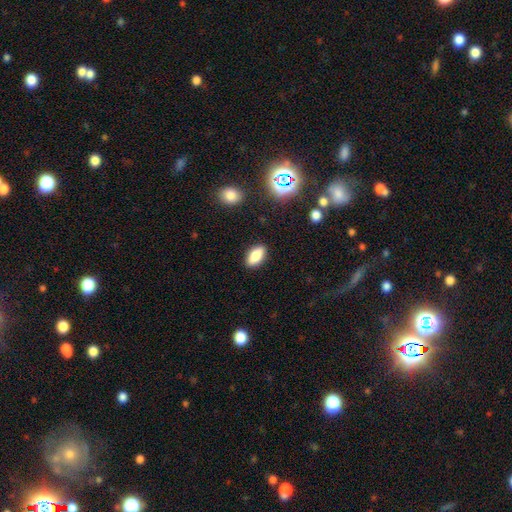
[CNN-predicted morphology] Smooth or featured: smooth — 83% (star or artifact — 9%)
How rounded: in between — 88% (cigar-shaped — 8%)
Merging: none — 87% (minor disturbance — 9%)